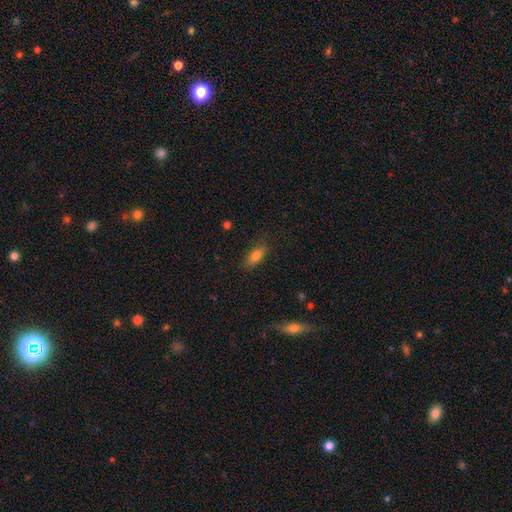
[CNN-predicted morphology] Smooth or featured?
  - smooth: 81% *
  - featured or disk: 10%
  - star or artifact: 10%
How rounded?
  - in between: 78% *
  - cigar-shaped: 19%
  - round: 4%
Merging?
  - none: 81% *
  - minor disturbance: 14%
  - major disturbance: 4%
  - merger: 2%